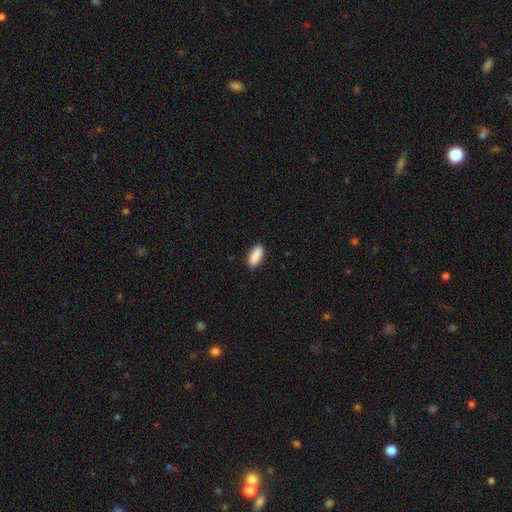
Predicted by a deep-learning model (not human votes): Smooth or featured?
  - smooth: 90% *
  - star or artifact: 6%
  - featured or disk: 4%
How rounded?
  - in between: 80% *
  - cigar-shaped: 18%
  - round: 2%
Merging?
  - none: 88% *
  - minor disturbance: 9%
  - major disturbance: 2%
  - merger: 1%